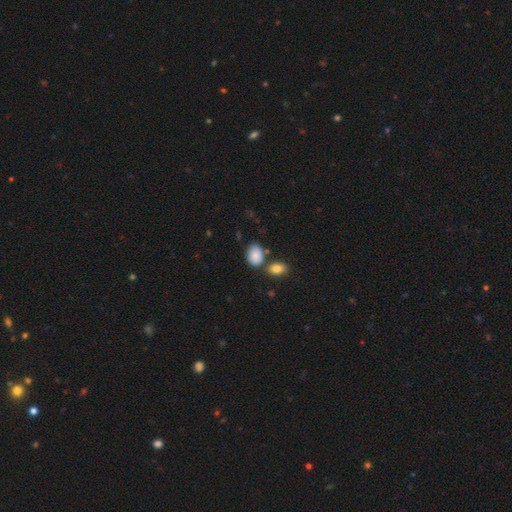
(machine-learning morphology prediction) This appears to be a smooth galaxy with no disk features (87%) that is in between round and cigar-shaped (82%). Merging: none (64%).